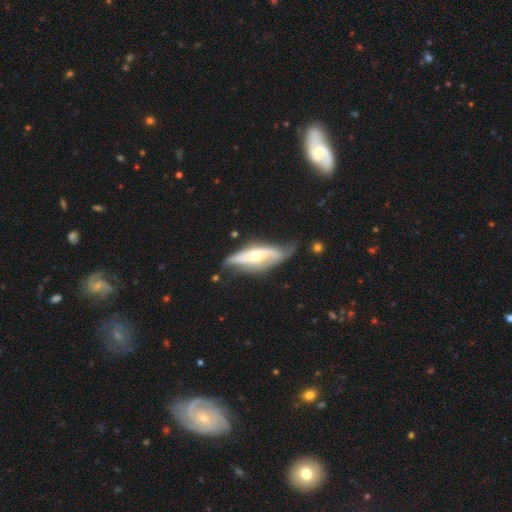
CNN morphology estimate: Q: Smooth or featured?
A: featured or disk (66%); runner-up: smooth (28%)
Q: Edge-on disk?
A: no (67%); runner-up: yes (33%)
Q: Merging?
A: none (45%); runner-up: minor disturbance (33%)